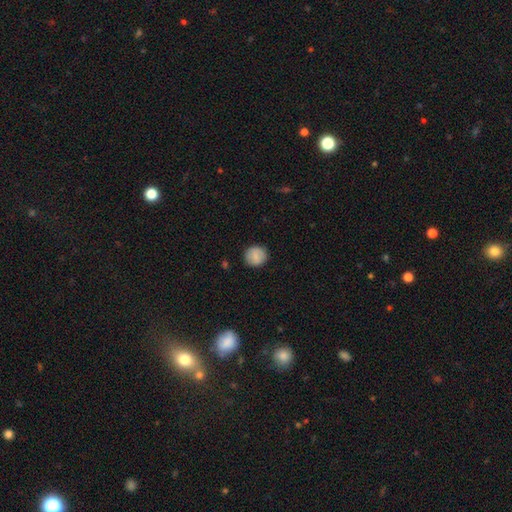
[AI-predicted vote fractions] Overall: smooth (83%). How rounded: round (90%). Merging: none (88%).